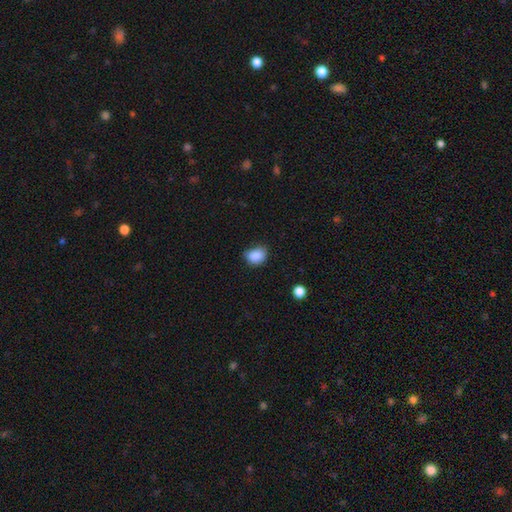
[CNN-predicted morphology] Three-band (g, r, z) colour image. It shows a smooth galaxy with no disk features (87%) that is in between round and cigar-shaped (56%). Merging: none (61%).